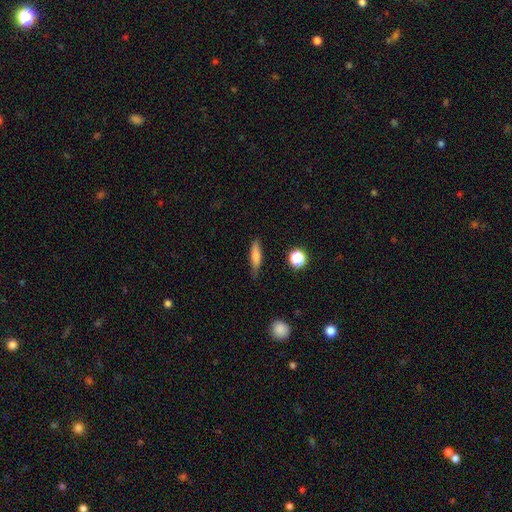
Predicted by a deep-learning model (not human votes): smooth_or_featured: smooth (p=0.72) [alt: featured or disk p=0.19]
how_rounded: cigar-shaped (p=0.71) [alt: in between p=0.25]
merging: none (p=0.74) [alt: minor disturbance p=0.20]